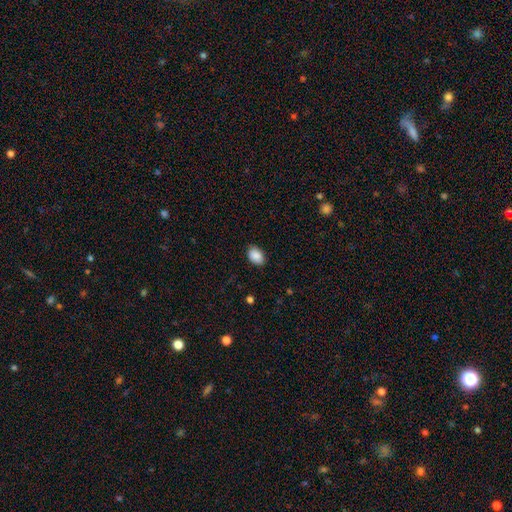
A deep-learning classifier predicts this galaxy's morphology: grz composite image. It shows a smooth galaxy with no disk features (89%) that is in between round and cigar-shaped (83%). Merging: none (85%).